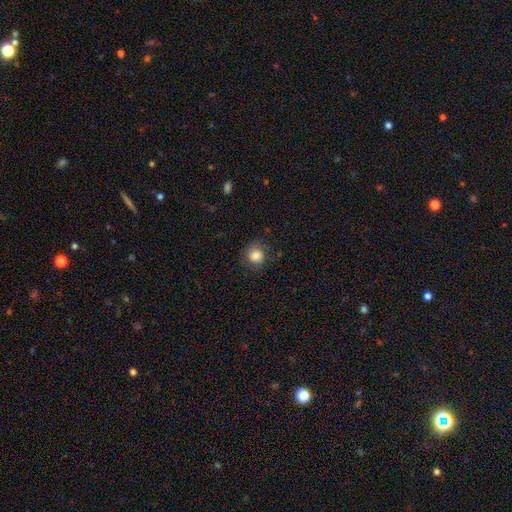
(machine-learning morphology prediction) Q: Smooth or featured?
A: smooth (84%); runner-up: star or artifact (10%)
Q: How rounded?
A: round (86%); runner-up: in between (14%)
Q: Merging?
A: none (77%); runner-up: minor disturbance (17%)